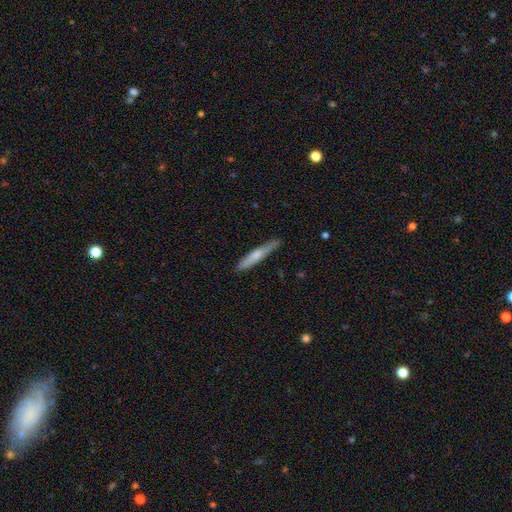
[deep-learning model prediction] A smooth galaxy with no disk features (57%) that is cigar-shaped (94%). Merging: none (86%).